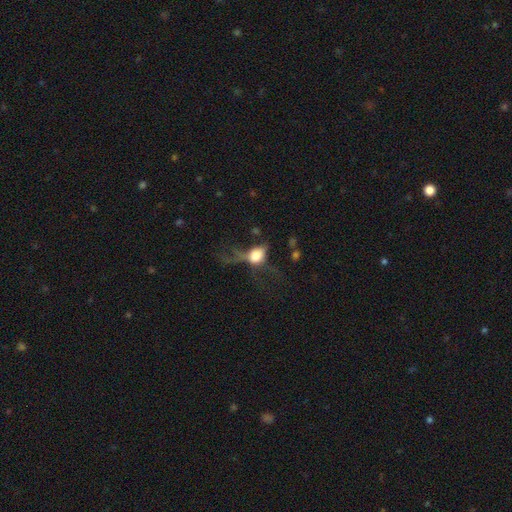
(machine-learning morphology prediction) This is possibly a smooth galaxy (57%). How rounded: possibly in between (54%). Merging: possibly major disturbance (56%).